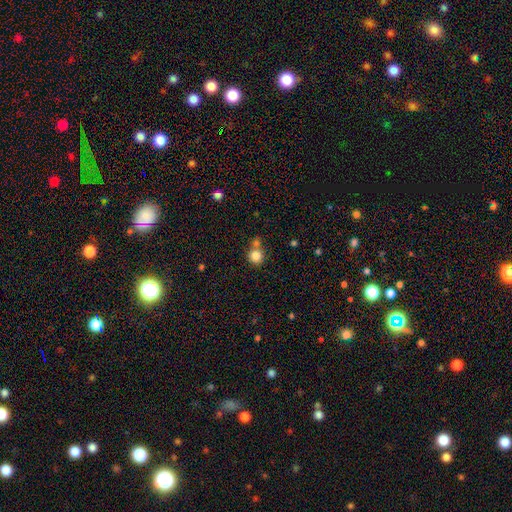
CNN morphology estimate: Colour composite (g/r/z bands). It shows a smooth galaxy with no disk features (83%) that is round (91%). Merging: none (60%).